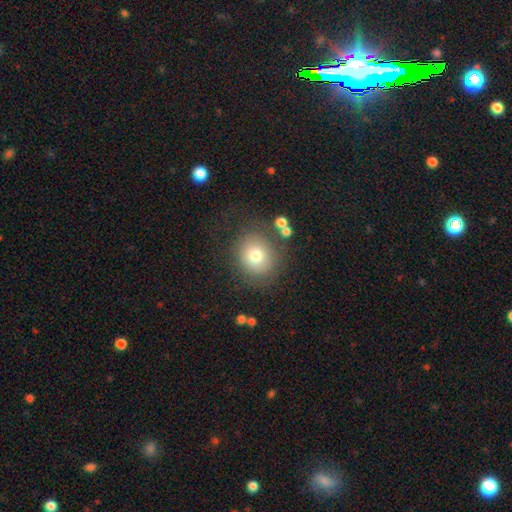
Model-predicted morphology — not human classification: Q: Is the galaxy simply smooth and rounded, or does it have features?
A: smooth — 74%.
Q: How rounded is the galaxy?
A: round — 82%.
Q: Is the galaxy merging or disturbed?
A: none — 75%.